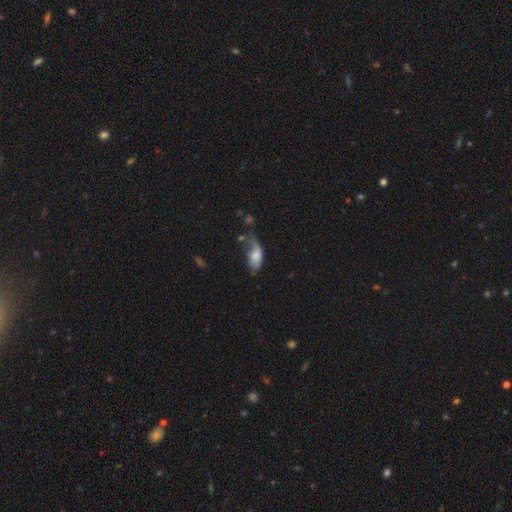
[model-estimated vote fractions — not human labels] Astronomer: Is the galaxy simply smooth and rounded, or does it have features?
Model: smooth — 64%.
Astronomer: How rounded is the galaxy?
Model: in between — 89%.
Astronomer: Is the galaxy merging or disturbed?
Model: major disturbance — 33% (runner-up: minor disturbance, 30%).